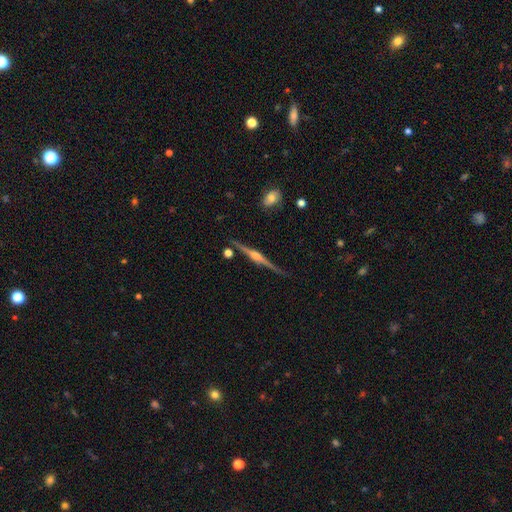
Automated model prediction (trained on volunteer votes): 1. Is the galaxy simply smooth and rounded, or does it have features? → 86% featured or disk, 8% smooth, 5% star or artifact.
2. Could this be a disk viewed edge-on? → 98% yes, 2% no.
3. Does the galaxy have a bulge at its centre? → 86% rounded, 11% boxy, 4% none.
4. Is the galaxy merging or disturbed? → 88% none, 8% minor disturbance, 2% merger, 2% major disturbance.